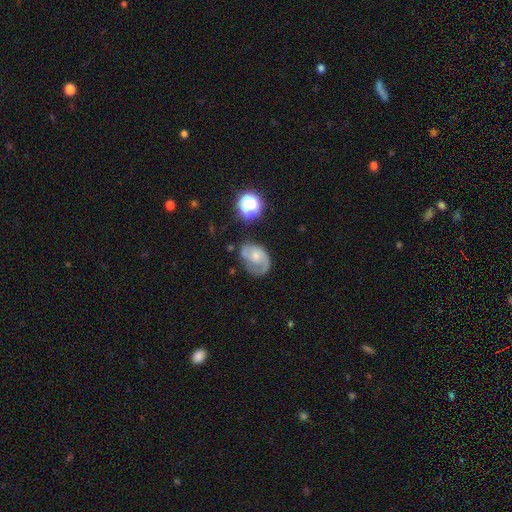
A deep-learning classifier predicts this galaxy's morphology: type=featured or disk (63%); edge-on=no (97%); bar=no (69%); spiral arms=yes (86%); winding=medium (45%); arm count=2 (54%); bulge=small (42%, tied with moderate); merging=none (51%).